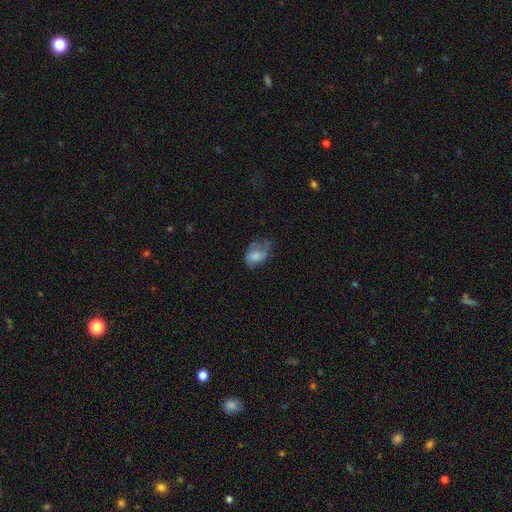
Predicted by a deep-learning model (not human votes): This is possibly a smooth galaxy (57%). How rounded: likely in between (78%). Merging: marginally none (36%).